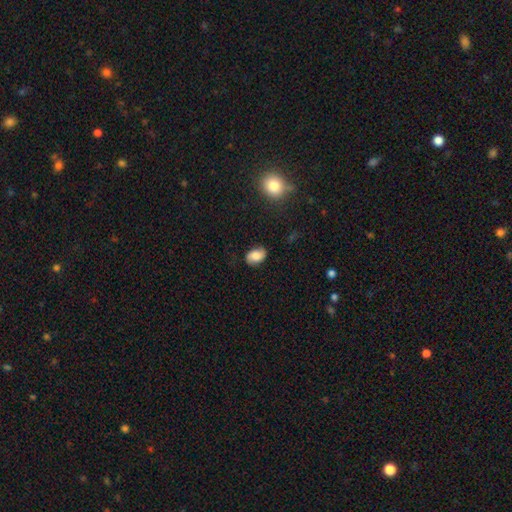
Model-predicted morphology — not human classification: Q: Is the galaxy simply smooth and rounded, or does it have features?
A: smooth — 69%.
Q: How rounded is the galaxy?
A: in between — 81%.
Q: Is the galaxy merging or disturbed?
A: none — 79%.